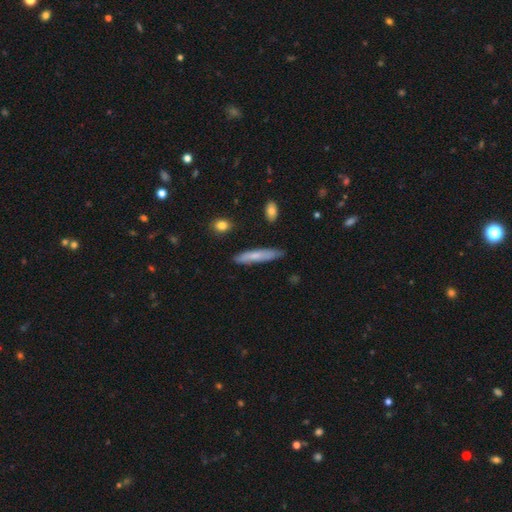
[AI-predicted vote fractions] smooth-or-featured: smooth: 65% | featured or disk: 29% | star or artifact: 6%
  how-rounded: cigar-shaped: 88% | in between: 11% | round: 2%
  merging: none: 80% | minor disturbance: 16% | major disturbance: 2% | merger: 2%